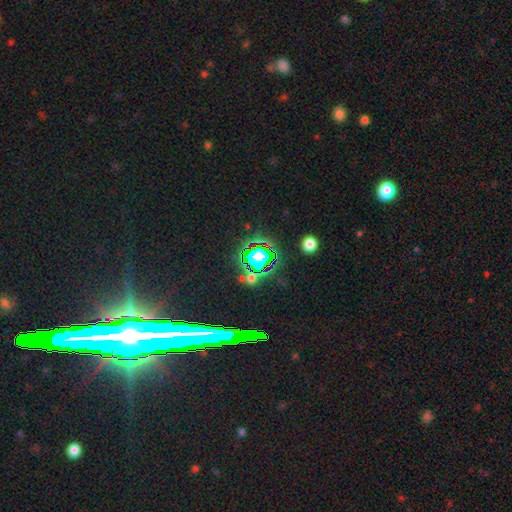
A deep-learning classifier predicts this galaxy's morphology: star or artifact 73%, featured or disk 15%, smooth 12%.